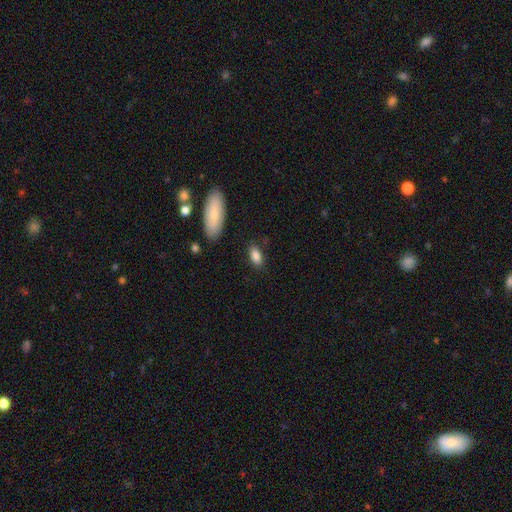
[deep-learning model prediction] Morphology: type=smooth (86%); roundness=in between (86%); merging=none (83%).